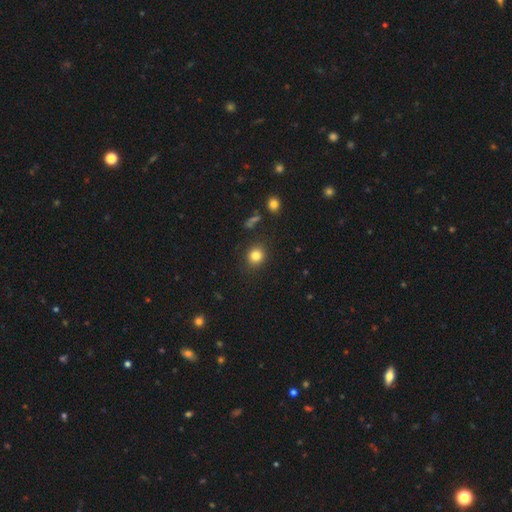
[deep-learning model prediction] smooth_or_featured: smooth (p=0.82) [alt: star or artifact p=0.12]
how_rounded: round (p=0.80) [alt: in between p=0.20]
merging: none (p=0.87) [alt: minor disturbance p=0.08]